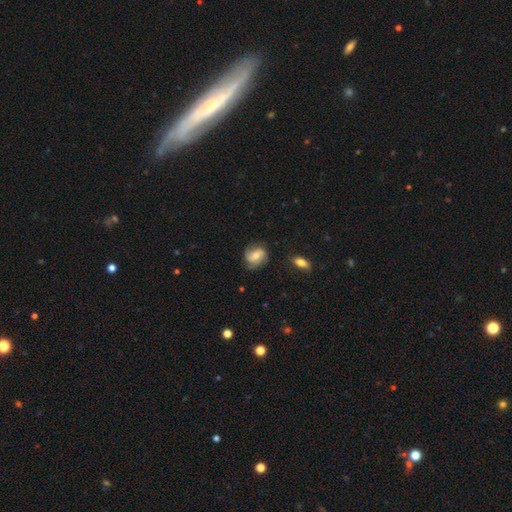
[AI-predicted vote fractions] Smooth or featured?
  - featured or disk: 64% *
  - smooth: 29%
  - star or artifact: 8%
Edge-on disk?
  - no: 97% *
  - yes: 3%
Bar?
  - no: 44% *
  - weak: 41%
  - strong: 15%
Spiral arms?
  - yes: 91% *
  - no: 9%
Spiral winding?
  - medium: 43% *
  - tight: 30%
  - loose: 27%
Spiral arm count?
  - 2: 55% *
  - 3: 19%
  - can't tell: 15%
  - 1: 6%
  - 4: 3%
  - more than 4: 2%
Bulge size?
  - moderate: 54% *
  - small: 39%
  - large: 4%
  - none: 3%
  - dominant: 1%
Merging?
  - none: 67% *
  - minor disturbance: 22%
  - major disturbance: 9%
  - merger: 2%